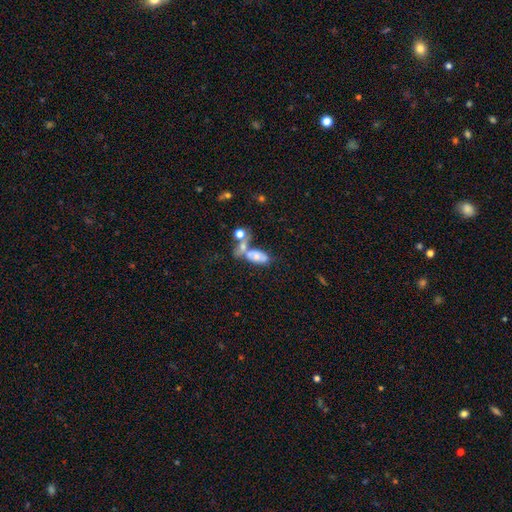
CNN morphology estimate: The model was most divided on "merging": merger: 47%, none: 26%, minor disturbance: 15%, major disturbance: 13%. More confident: how rounded — in between (83%); smooth or featured — smooth (60%).